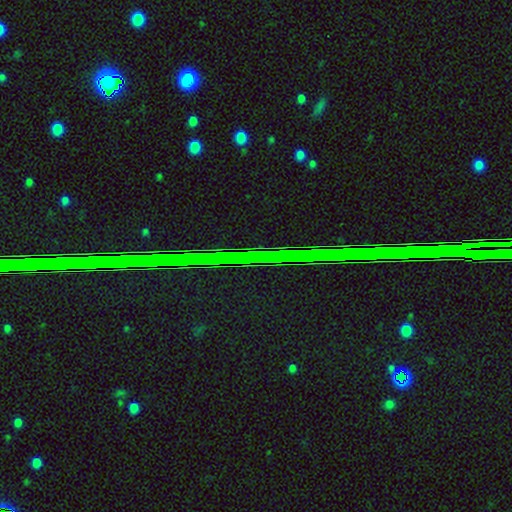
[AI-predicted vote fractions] Smooth or featured? Predicted: star or artifact (p=0.84).